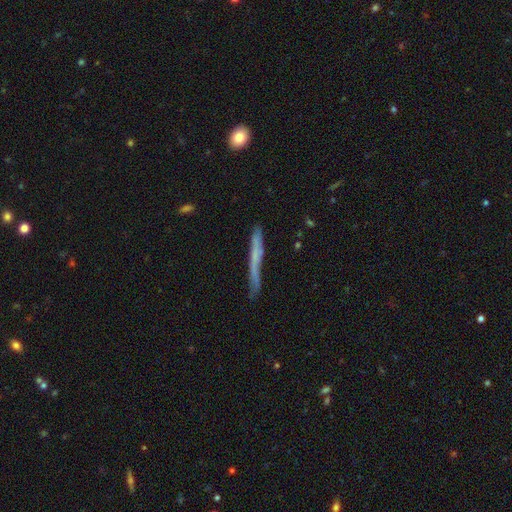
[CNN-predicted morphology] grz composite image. It shows a smooth galaxy with no disk features (49%). Merging: none (69%).